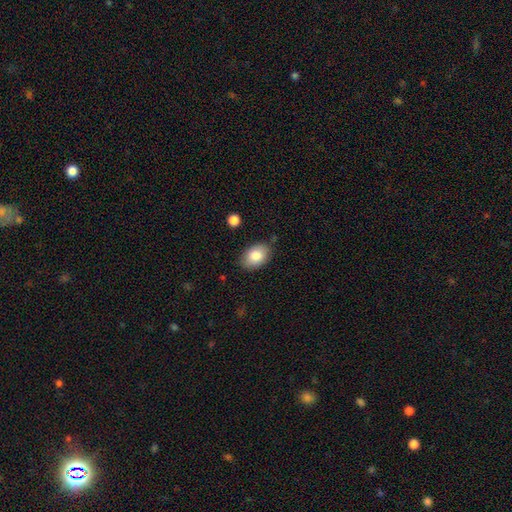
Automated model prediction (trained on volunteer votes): A smooth galaxy with no disk features (84%) that is in between round and cigar-shaped (86%).

Vote fractions:
- Smooth or featured? smooth: 84% / featured or disk: 9% / star or artifact: 7%
- How rounded? in between: 86% / round: 13% / cigar-shaped: 1%
- Merging? none: 82% / minor disturbance: 13% / major disturbance: 3% / merger: 2%